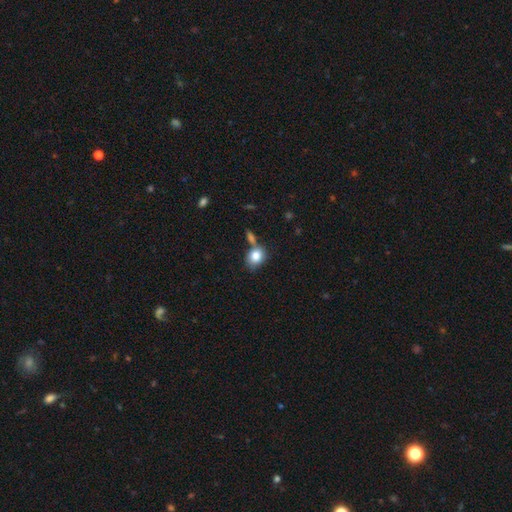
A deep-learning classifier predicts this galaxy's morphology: Smooth or featured? Predicted: smooth (p=0.82). How rounded? Predicted: round (p=0.51). Merging? Predicted: none (p=0.53).